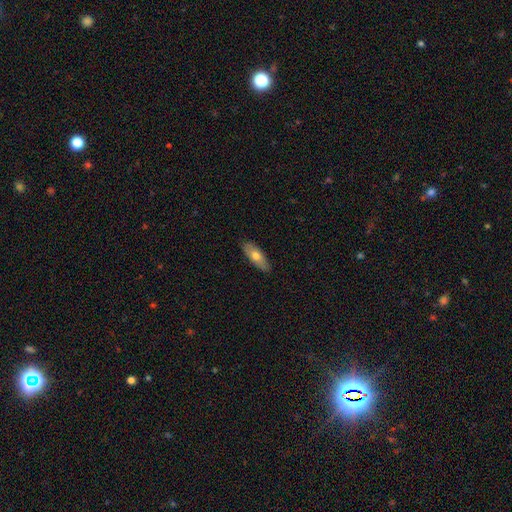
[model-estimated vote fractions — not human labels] Smooth or featured: smooth — 68% (featured or disk — 26%)
How rounded: in between — 67% (cigar-shaped — 31%)
Merging: none — 86% (minor disturbance — 11%)